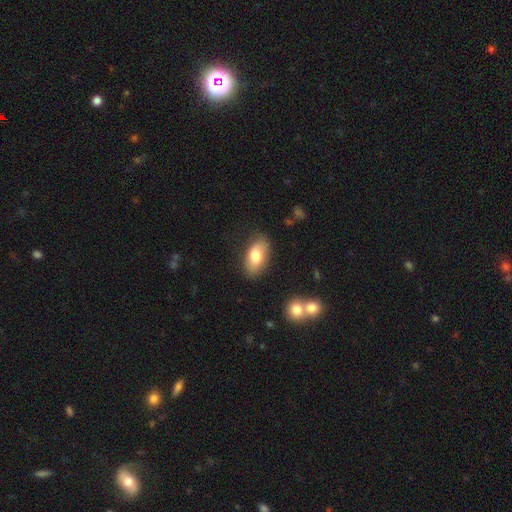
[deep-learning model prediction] This is likely a smooth galaxy (77%). How rounded: clearly in between (93%). Merging: clearly none (81%).